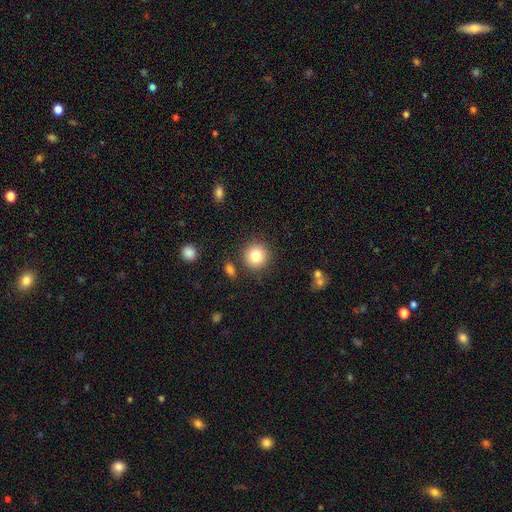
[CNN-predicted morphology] Smooth or featured? smooth (82%)
How rounded? round (93%)
Merging? none (85%)